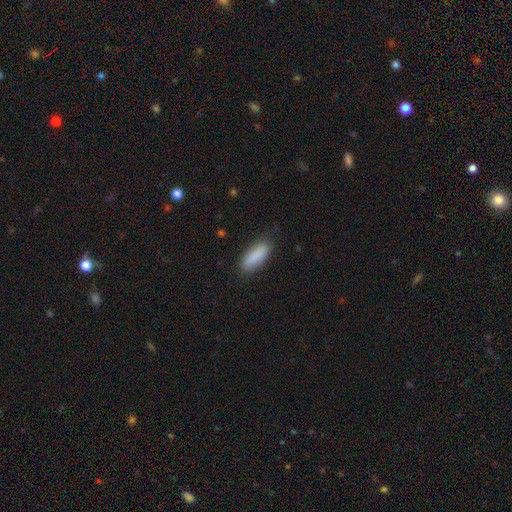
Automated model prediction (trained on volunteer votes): Q: Smooth or featured?
A: smooth (89%); runner-up: star or artifact (6%)
Q: How rounded?
A: in between (62%); runner-up: cigar-shaped (36%)
Q: Merging?
A: none (84%); runner-up: minor disturbance (12%)